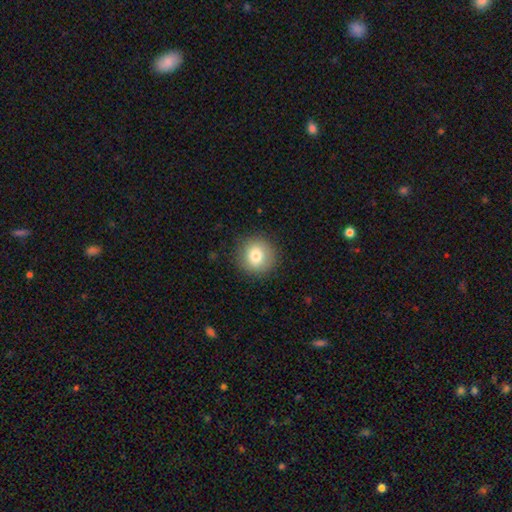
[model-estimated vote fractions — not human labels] smooth_or_featured: smooth (p=0.79) [alt: featured or disk p=0.11]
how_rounded: round (p=0.93) [alt: in between p=0.06]
merging: none (p=0.89) [alt: minor disturbance p=0.07]